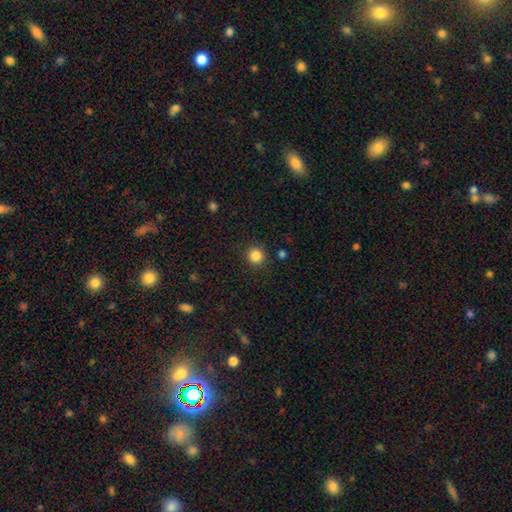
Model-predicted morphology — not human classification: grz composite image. It shows a smooth galaxy with no disk features (85%) that is round (94%). Merging: none (91%).